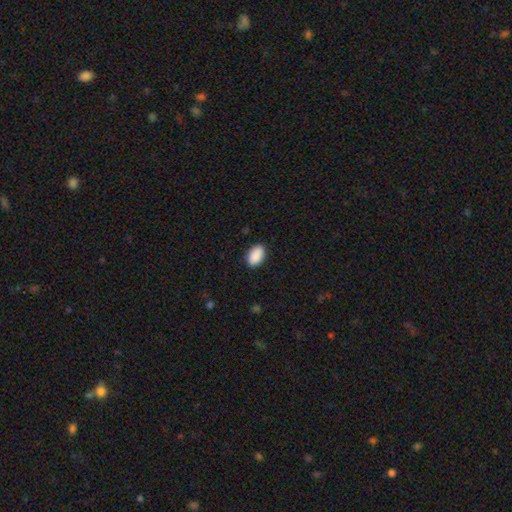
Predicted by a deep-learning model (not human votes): Overall: smooth (91%). How rounded: in between (92%). Merging: none (88%).